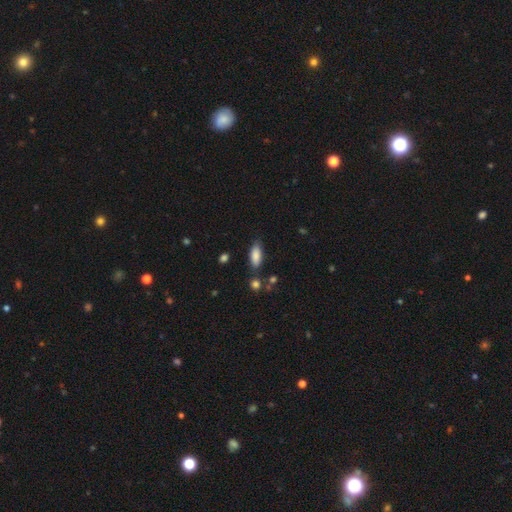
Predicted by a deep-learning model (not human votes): A smooth galaxy with no disk features (86%) that is in between round and cigar-shaped (78%).

Vote fractions:
- Smooth or featured? smooth: 86% / star or artifact: 7% / featured or disk: 7%
- How rounded? in between: 78% / cigar-shaped: 19% / round: 2%
- Merging? none: 78% / minor disturbance: 15% / merger: 4% / major disturbance: 3%